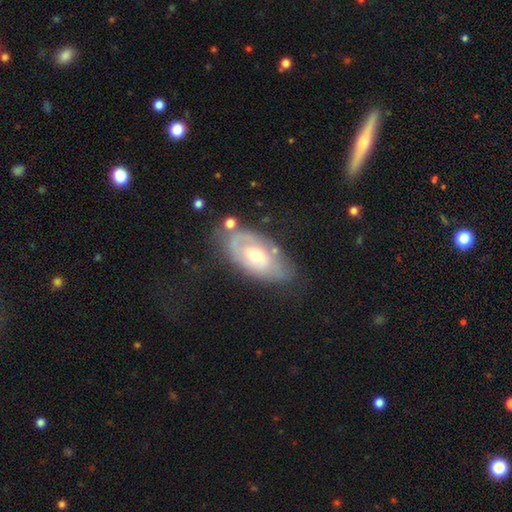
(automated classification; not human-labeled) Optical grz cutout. It shows a featured or disk galaxy (64%) with no bar (78%), spiral arms (56%) and a moderate central bulge (63%). Merging: none (61%).